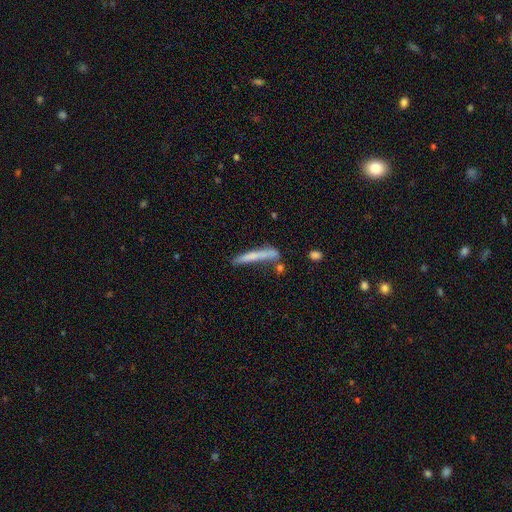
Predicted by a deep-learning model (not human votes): smooth_or_featured: smooth (p=0.60) [alt: featured or disk p=0.32]
how_rounded: cigar-shaped (p=0.95) [alt: in between p=0.03]
merging: none (p=0.65) [alt: minor disturbance p=0.18]